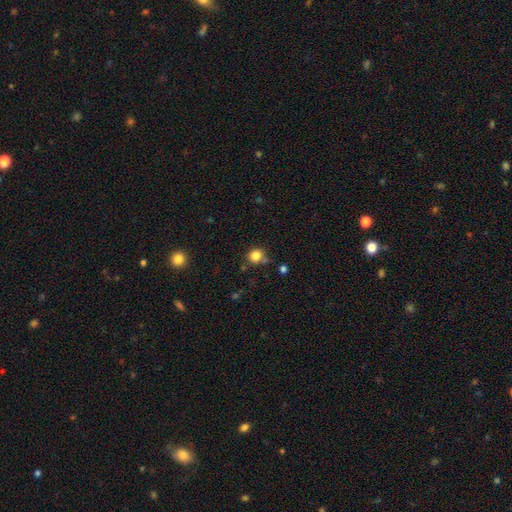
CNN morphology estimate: type=smooth (83%); roundness=round (86%); merging=none (72%).